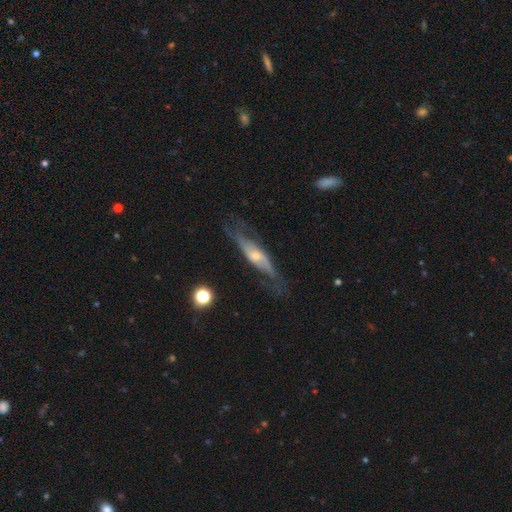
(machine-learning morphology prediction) Smooth or featured?
  - featured or disk: 72% *
  - smooth: 21%
  - star or artifact: 7%
Edge-on disk?
  - no: 53% *
  - yes: 47%
Merging?
  - none: 61% *
  - minor disturbance: 22%
  - major disturbance: 14%
  - merger: 2%